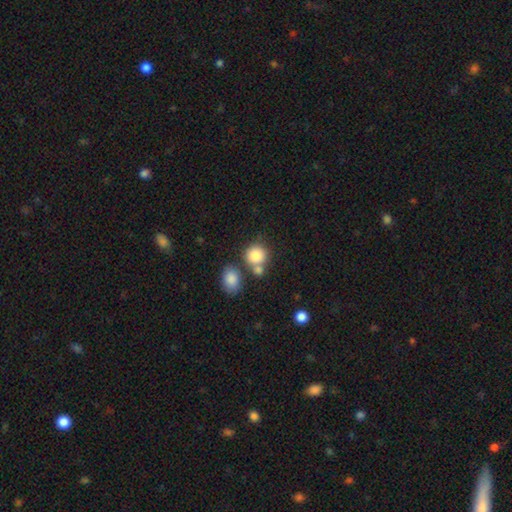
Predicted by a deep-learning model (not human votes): Morphology: type=smooth (84%); roundness=round (82%); merging=none (51%).